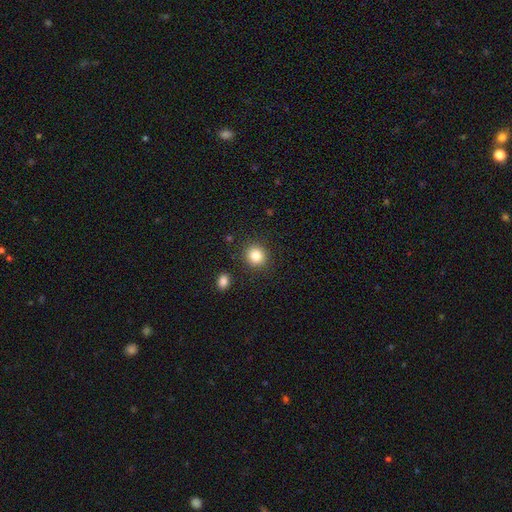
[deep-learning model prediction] smooth 84%, star or artifact 10%, featured or disk 6%. Down the decision tree: how rounded — round (89%); merging — none (89%).